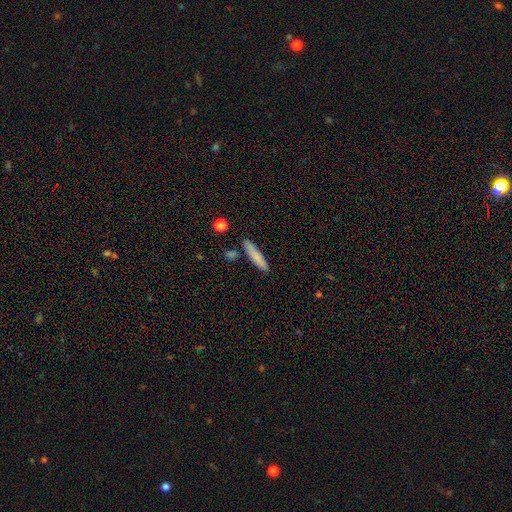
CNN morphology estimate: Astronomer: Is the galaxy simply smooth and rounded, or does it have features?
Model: smooth — 79%.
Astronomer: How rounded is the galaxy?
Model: cigar-shaped — 86%.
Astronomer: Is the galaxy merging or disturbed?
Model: none — 80%.